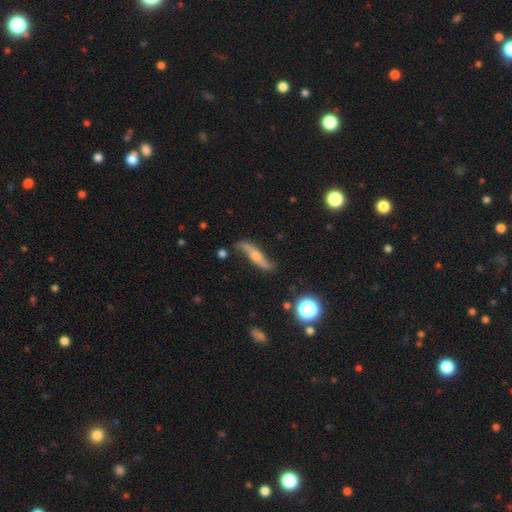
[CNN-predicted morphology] Smooth or featured?
  - featured or disk: 78% *
  - smooth: 15%
  - star or artifact: 7%
Edge-on disk?
  - no: 61% *
  - yes: 39%
Merging?
  - none: 71% *
  - minor disturbance: 19%
  - major disturbance: 7%
  - merger: 3%